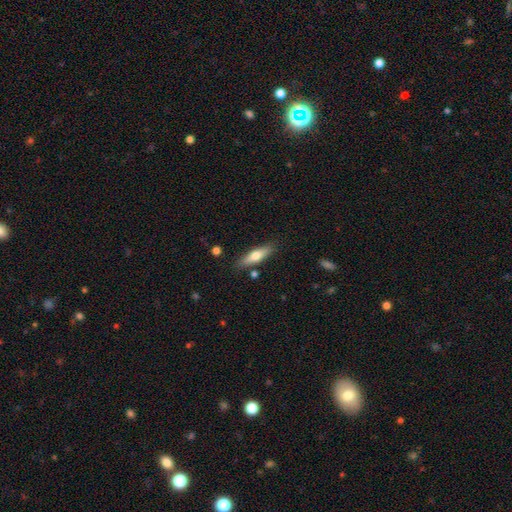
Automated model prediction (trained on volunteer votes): A smooth galaxy with no disk features (62%) that is cigar-shaped (64%). Merging: none (83%).